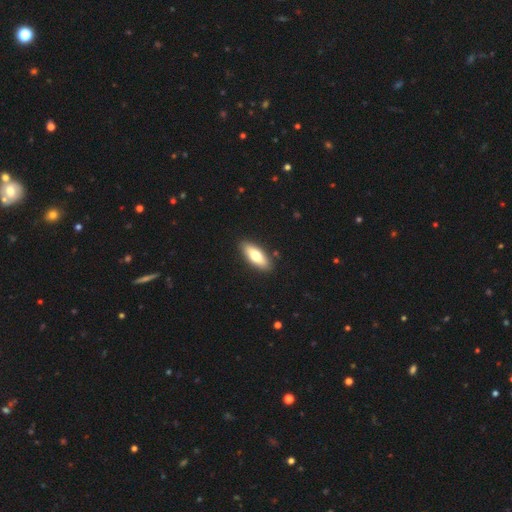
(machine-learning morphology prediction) Overall: smooth (73%). How rounded: in between (72%). Merging: none (89%).